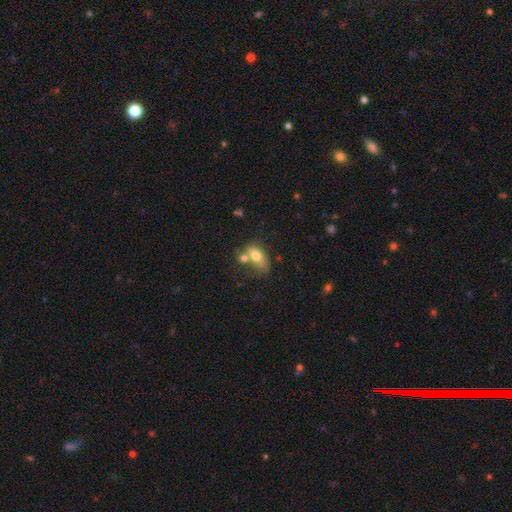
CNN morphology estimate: This appears to be a smooth galaxy with no disk features (70%) that is in between round and cigar-shaped (81%). Merging: merger (39%).